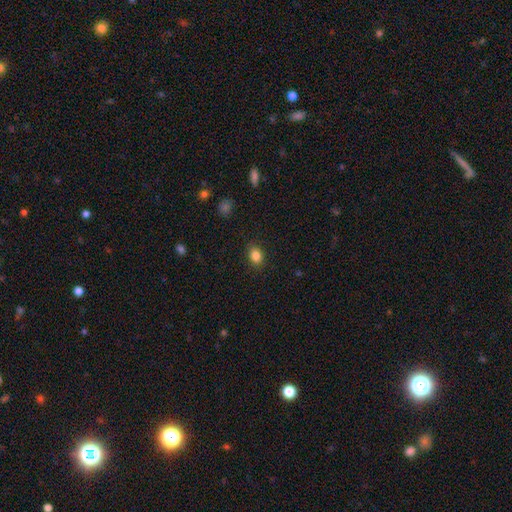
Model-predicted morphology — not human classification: Smooth or featured? smooth (85%)
How rounded? in between (65%)
Merging? none (87%)